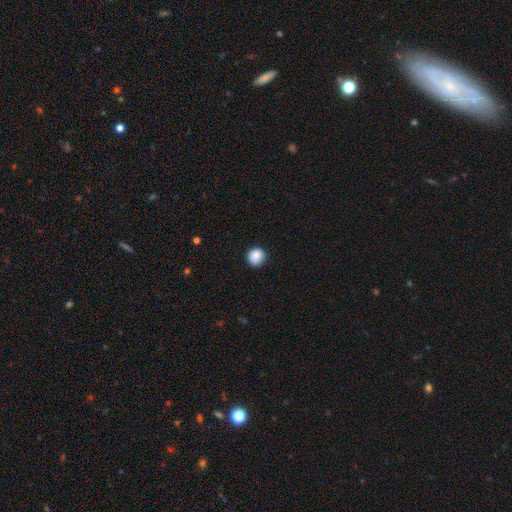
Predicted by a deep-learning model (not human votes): Overall: smooth (86%). How rounded: round (91%). Merging: none (82%).